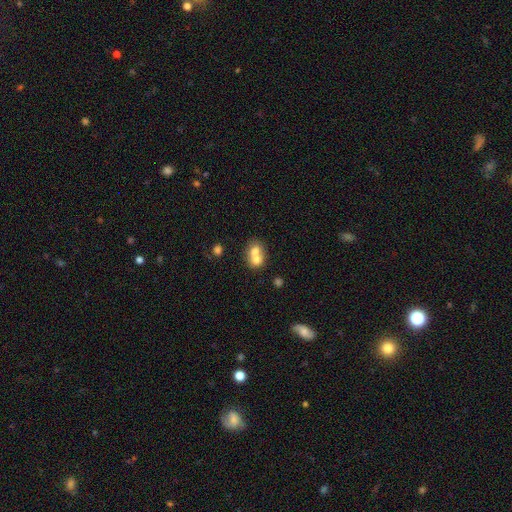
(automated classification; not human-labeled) The model was most divided on "how rounded": round: 60%, in between: 39%, cigar-shaped: 1%. More confident: merging — merger (68%); smooth or featured — smooth (66%).